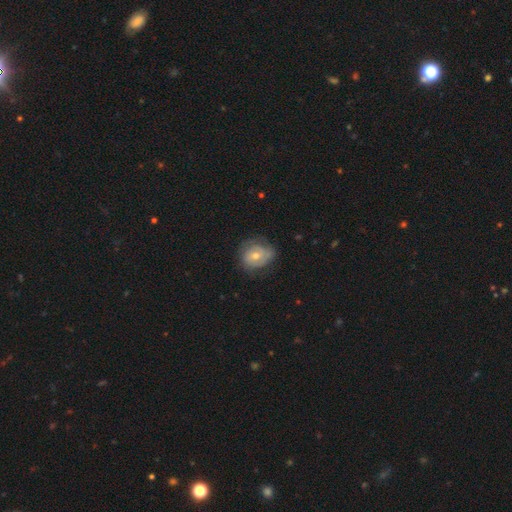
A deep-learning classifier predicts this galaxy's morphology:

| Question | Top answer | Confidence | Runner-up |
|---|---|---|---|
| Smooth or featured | featured or disk | 53% | smooth (38%) |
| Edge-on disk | no | 96% | yes (4%) |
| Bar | no | 64% | weak (29%) |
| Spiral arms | yes | 71% | no (29%) |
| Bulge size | moderate | 58% | small (37%) |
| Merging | none | 65% | minor disturbance (25%) |